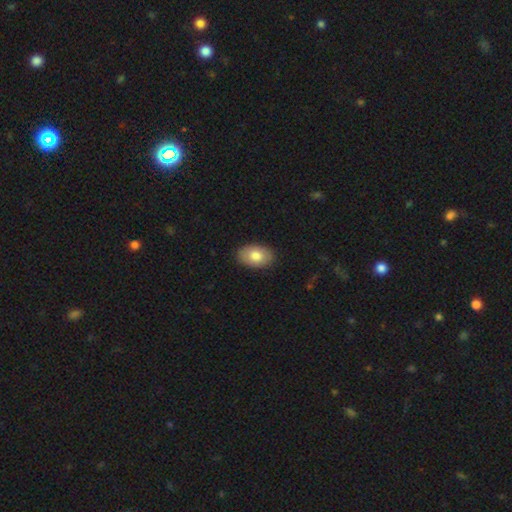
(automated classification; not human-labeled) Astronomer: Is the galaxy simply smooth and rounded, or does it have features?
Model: smooth — 80%.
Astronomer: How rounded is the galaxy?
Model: in between — 90%.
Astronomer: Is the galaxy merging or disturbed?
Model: none — 88%.